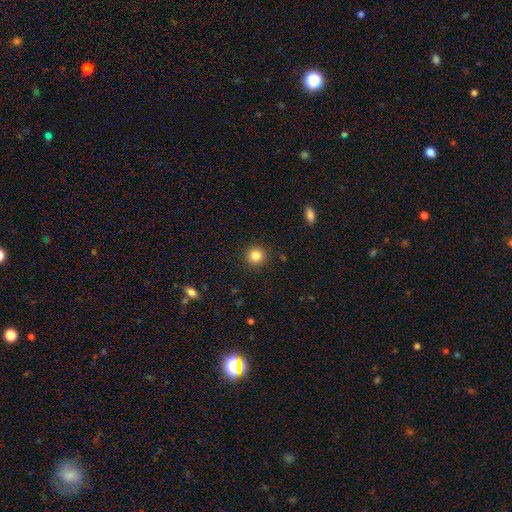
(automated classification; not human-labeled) smooth_or_featured: smooth (p=0.85) [alt: star or artifact p=0.10]
how_rounded: round (p=0.94) [alt: in between p=0.05]
merging: none (p=0.91) [alt: minor disturbance p=0.06]